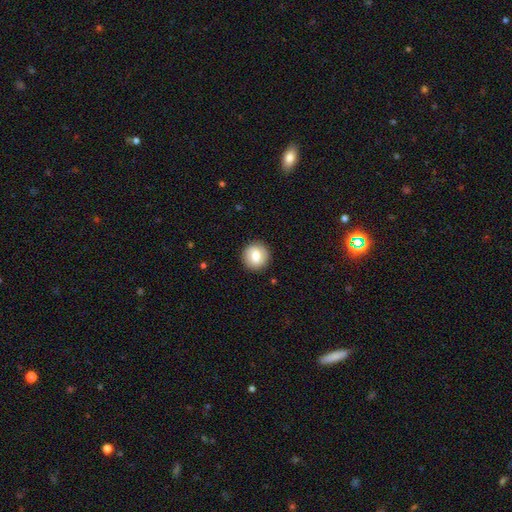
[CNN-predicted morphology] This appears to be a smooth galaxy with no disk features (72%) that is round (91%). Merging: none (89%).